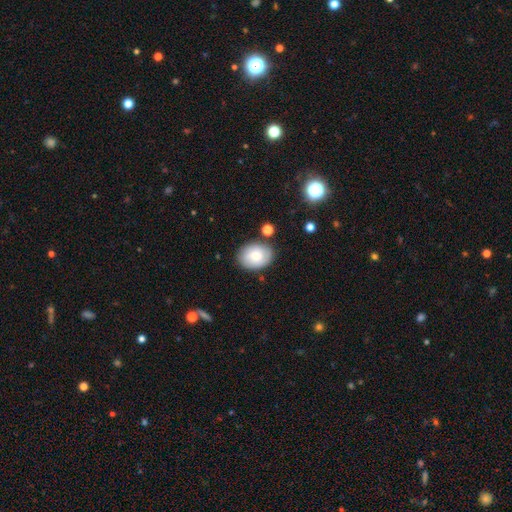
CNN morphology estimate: This is likely a smooth galaxy (67%). How rounded: likely in between (70%). Merging: likely none (79%).